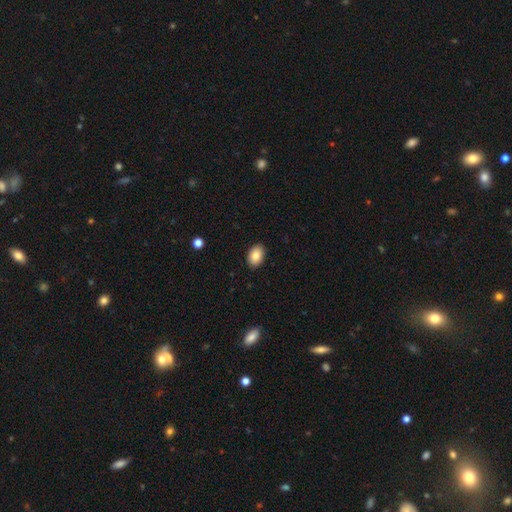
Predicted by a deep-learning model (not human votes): A smooth galaxy with no disk features (84%) that is in between round and cigar-shaped (89%). Merging: none (89%).